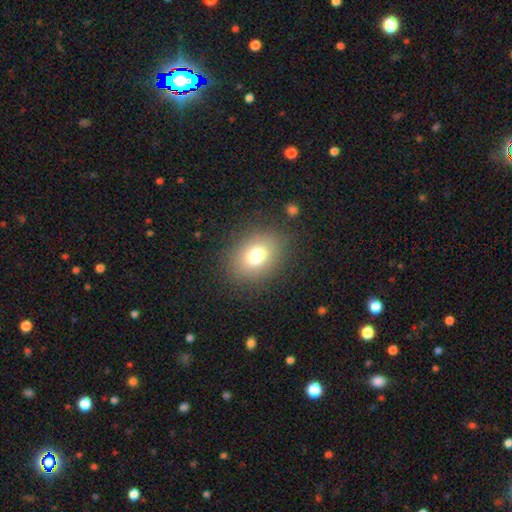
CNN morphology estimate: Smooth or featured?
  - smooth: 73% *
  - star or artifact: 14%
  - featured or disk: 13%
How rounded?
  - in between: 50% *
  - round: 49%
  - cigar-shaped: 1%
Merging?
  - none: 85% *
  - minor disturbance: 9%
  - major disturbance: 5%
  - merger: 1%